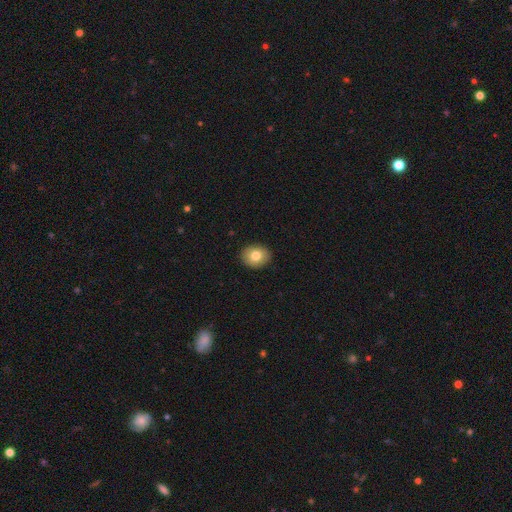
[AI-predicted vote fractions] Smooth or featured?
  - smooth: 79% *
  - featured or disk: 13%
  - star or artifact: 8%
How rounded?
  - round: 54% *
  - in between: 45%
  - cigar-shaped: 1%
Merging?
  - none: 90% *
  - minor disturbance: 7%
  - major disturbance: 2%
  - merger: 1%